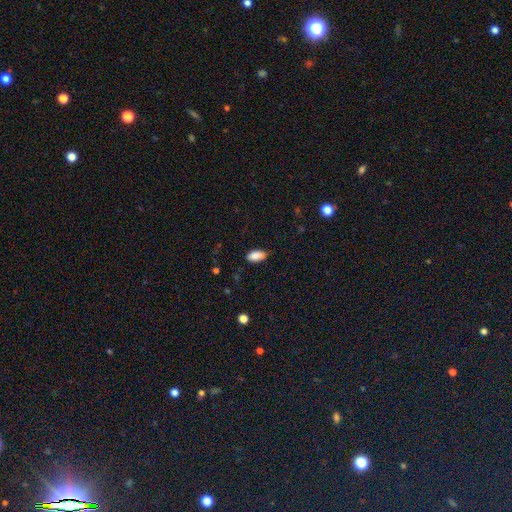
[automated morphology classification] type=smooth (88%); roundness=in between (91%); merging=none (78%).